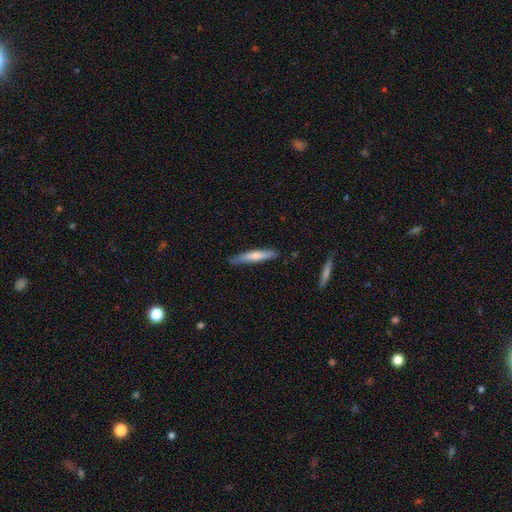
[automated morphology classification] type=smooth (64%); roundness=cigar-shaped (92%); merging=none (83%).